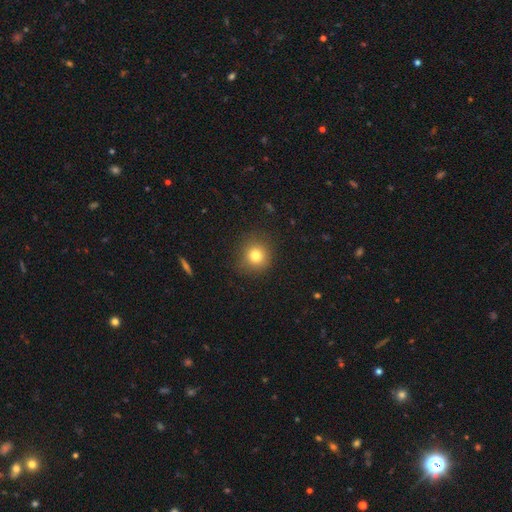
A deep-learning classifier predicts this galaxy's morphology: smooth-or-featured: smooth: 79% | star or artifact: 12% | featured or disk: 8%
  how-rounded: round: 90% | in between: 9% | cigar-shaped: 1%
  merging: none: 86% | minor disturbance: 9% | major disturbance: 3% | merger: 1%